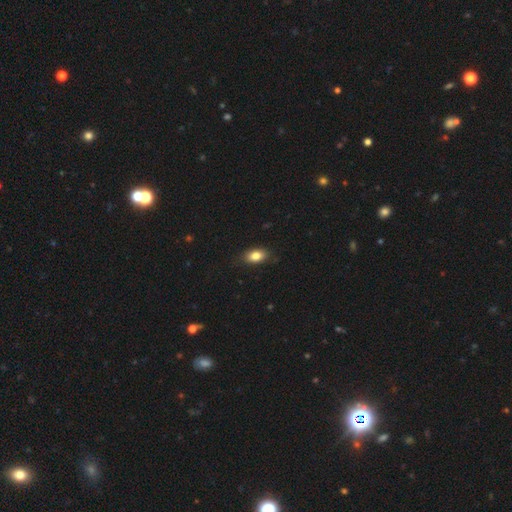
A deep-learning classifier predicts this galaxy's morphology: Smooth or featured? smooth (83%)
How rounded? in between (88%)
Merging? none (83%)